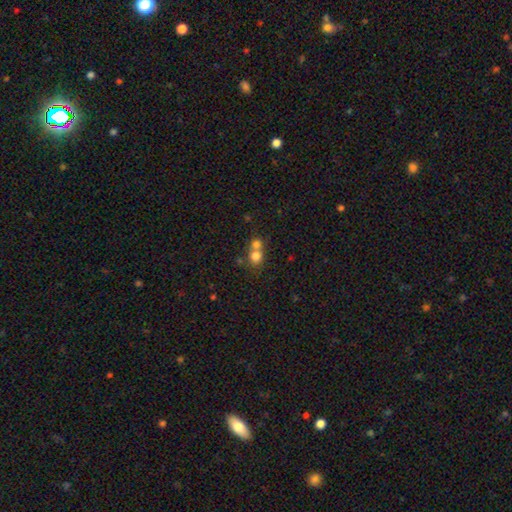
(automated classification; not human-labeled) Morphology: type=smooth (77%); roundness=round (81%); merging=merger (56%).